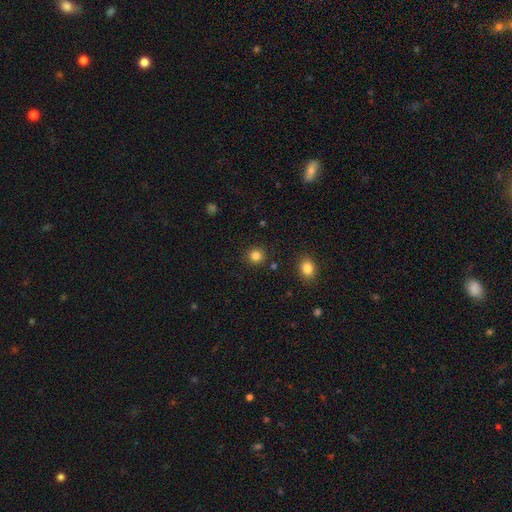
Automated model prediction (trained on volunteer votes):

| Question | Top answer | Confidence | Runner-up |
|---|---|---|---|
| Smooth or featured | smooth | 83% | star or artifact (12%) |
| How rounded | round | 91% | in between (8%) |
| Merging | none | 90% | minor disturbance (6%) |